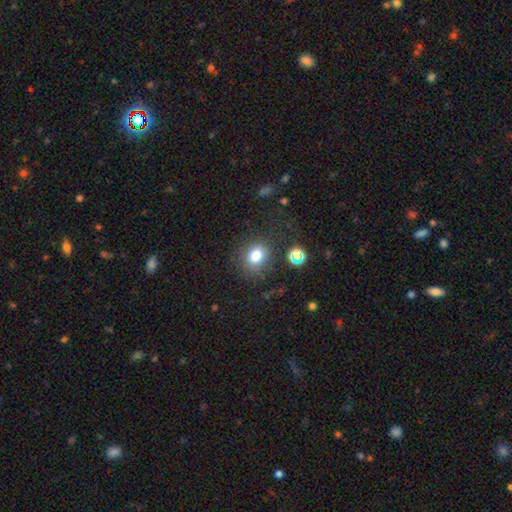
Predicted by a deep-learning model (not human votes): A smooth galaxy with no disk features (78%) that is round (57%). Merging: none (78%).